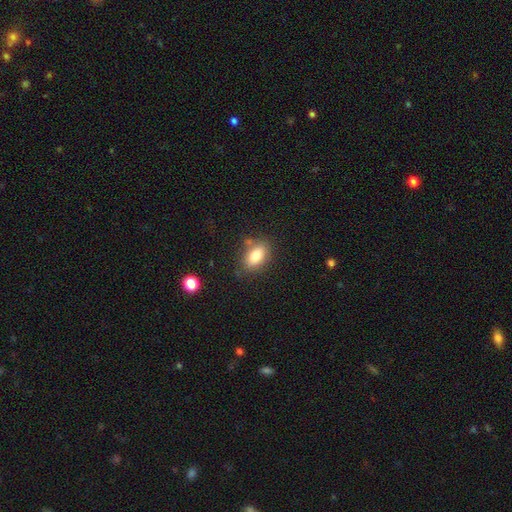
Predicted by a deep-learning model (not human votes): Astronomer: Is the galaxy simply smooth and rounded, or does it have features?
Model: smooth — 83%.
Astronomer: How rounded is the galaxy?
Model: in between — 88%.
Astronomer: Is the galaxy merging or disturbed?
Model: none — 74%.